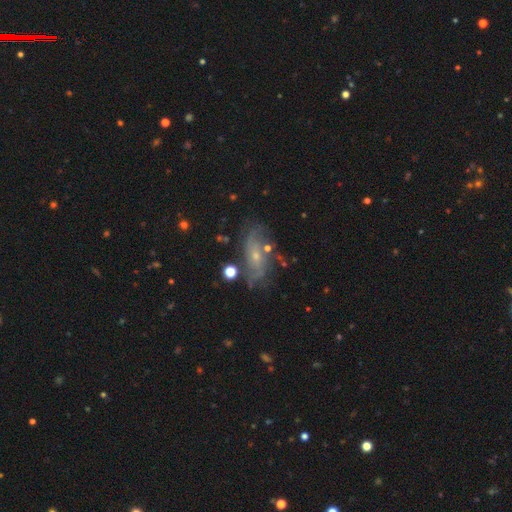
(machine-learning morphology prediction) smooth_or_featured: featured or disk (p=0.69) [alt: smooth p=0.20]
disk_edge_on: no (p=0.89) [alt: yes p=0.11]
bar: no (p=0.67) [alt: weak p=0.26]
has_spiral_arms: yes (p=0.80) [alt: no p=0.20]
bulge_size: small (p=0.75) [alt: moderate p=0.20]
merging: none (p=0.62) [alt: minor disturbance p=0.20]